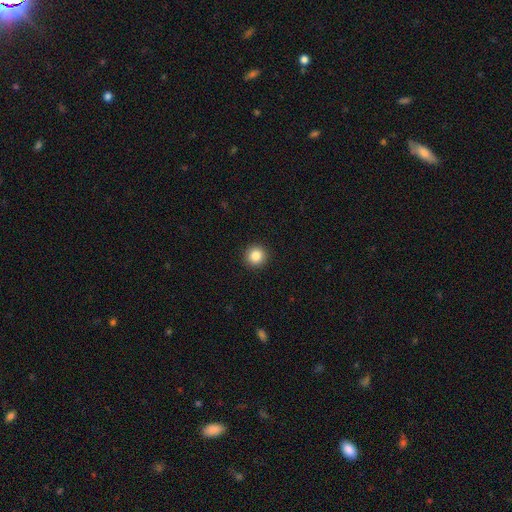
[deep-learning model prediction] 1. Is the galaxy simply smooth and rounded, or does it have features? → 85% smooth, 10% star or artifact, 5% featured or disk.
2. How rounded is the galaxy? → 95% round, 4% in between, 1% cigar-shaped.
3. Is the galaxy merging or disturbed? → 93% none, 4% minor disturbance, 2% major disturbance, 1% merger.